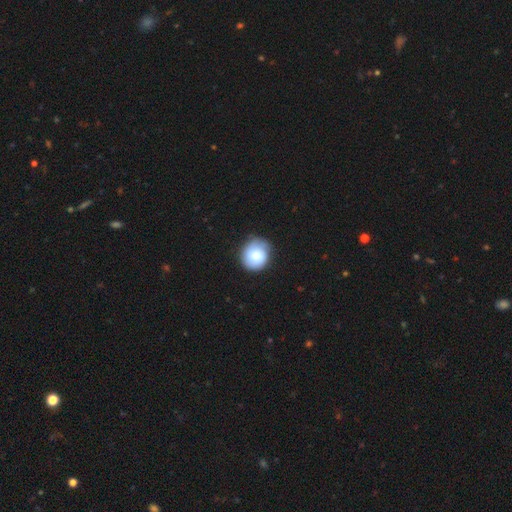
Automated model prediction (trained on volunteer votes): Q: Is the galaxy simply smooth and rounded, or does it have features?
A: smooth — 73%.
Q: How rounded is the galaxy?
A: round — 83%.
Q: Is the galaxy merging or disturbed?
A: none — 75%.